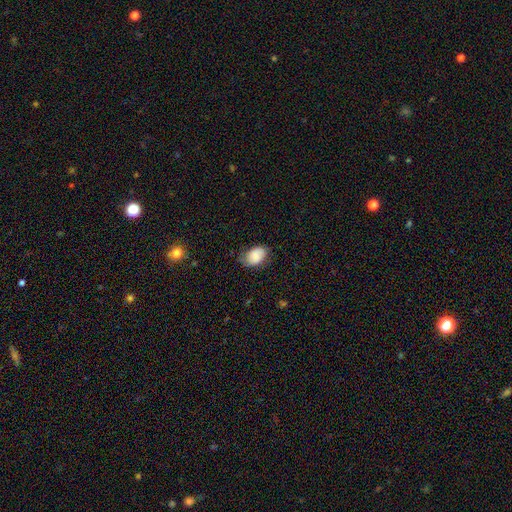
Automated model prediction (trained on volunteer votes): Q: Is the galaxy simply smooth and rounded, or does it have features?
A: smooth — 78%.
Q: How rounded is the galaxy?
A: in between — 84%.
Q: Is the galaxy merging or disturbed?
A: none — 64%.